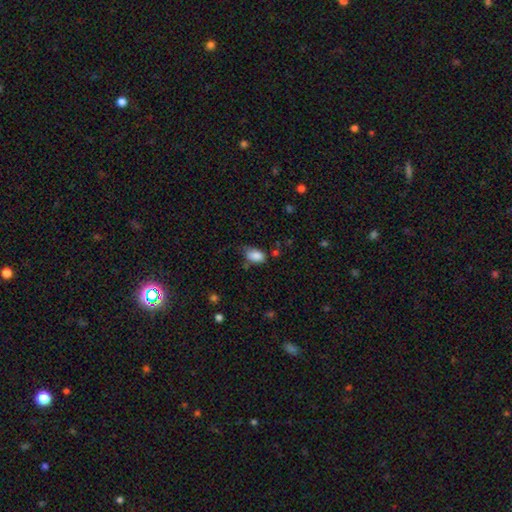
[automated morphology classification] Q: Smooth or featured?
A: smooth (86%); runner-up: star or artifact (8%)
Q: How rounded?
A: in between (90%); runner-up: round (8%)
Q: Merging?
A: none (56%); runner-up: minor disturbance (32%)